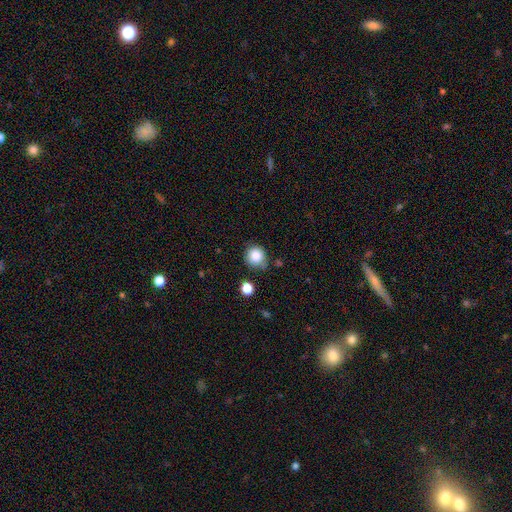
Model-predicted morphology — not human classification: Smooth or featured: smooth — 84% (star or artifact — 10%)
How rounded: round — 86% (in between — 13%)
Merging: none — 70% (minor disturbance — 20%)